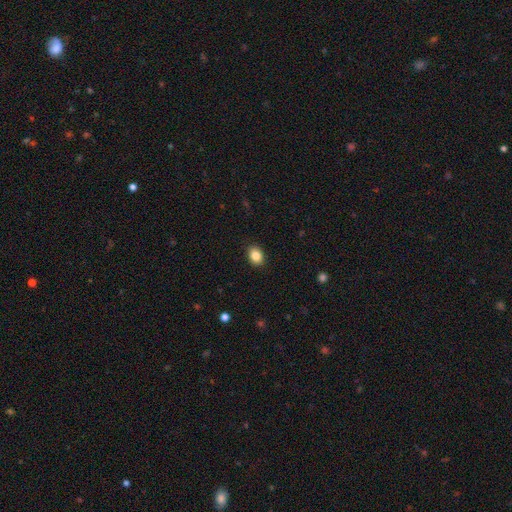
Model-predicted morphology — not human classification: smooth-or-featured: smooth: 85% | star or artifact: 9% | featured or disk: 6%
  how-rounded: in between: 65% | round: 34% | cigar-shaped: 1%
  merging: none: 90% | minor disturbance: 7% | major disturbance: 2% | merger: 1%